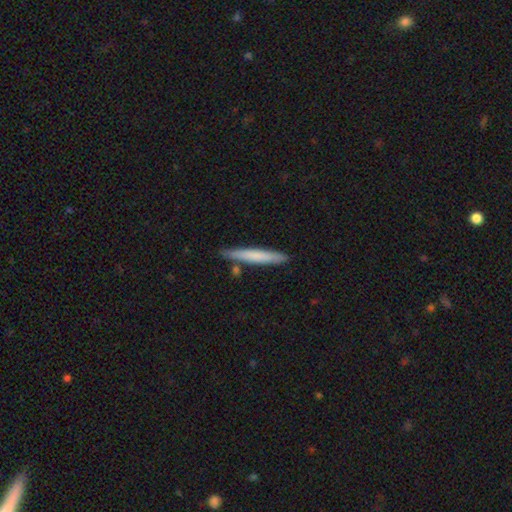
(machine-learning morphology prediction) Overall: smooth (69%). How rounded: cigar-shaped (95%). Merging: none (82%).